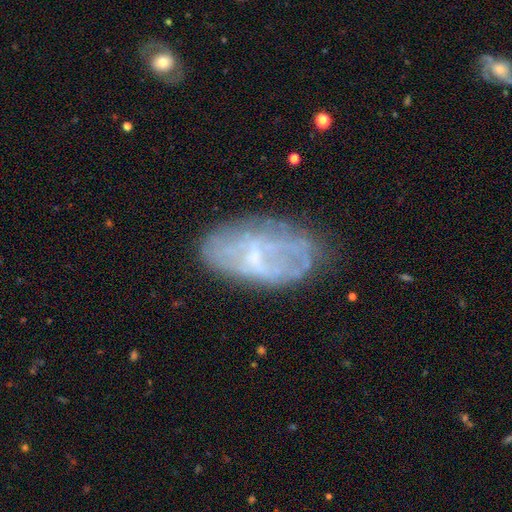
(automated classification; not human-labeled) A featured or disk galaxy (61%) with a weak bar (44%), no spiral arms (62%) and a small central bulge (55%).

Vote fractions:
- Smooth or featured? featured or disk: 61% / smooth: 30% / star or artifact: 9%
- Edge-on disk? no: 94% / yes: 6%
- Bar? weak: 44% / no: 41% / strong: 15%
- Spiral arms? no: 62% / yes: 38%
- Bulge size? small: 55% / none: 26% / moderate: 17% / large: 1% / dominant: 1%
- Merging? none: 59% / minor disturbance: 25% / major disturbance: 13% / merger: 3%